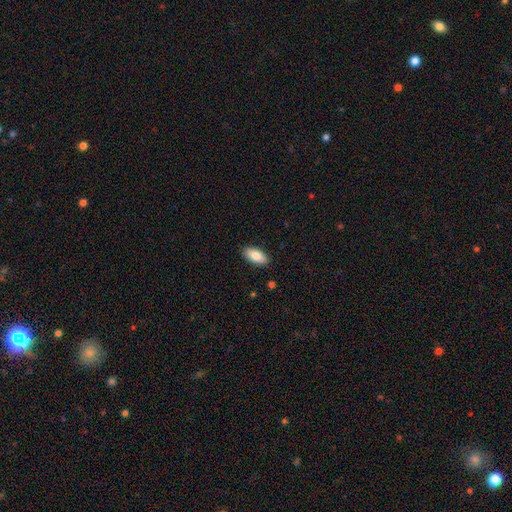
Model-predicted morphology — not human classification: Smooth or featured?
  - smooth: 83% *
  - featured or disk: 11%
  - star or artifact: 6%
How rounded?
  - in between: 89% *
  - cigar-shaped: 8%
  - round: 2%
Merging?
  - none: 89% *
  - minor disturbance: 8%
  - major disturbance: 2%
  - merger: 1%